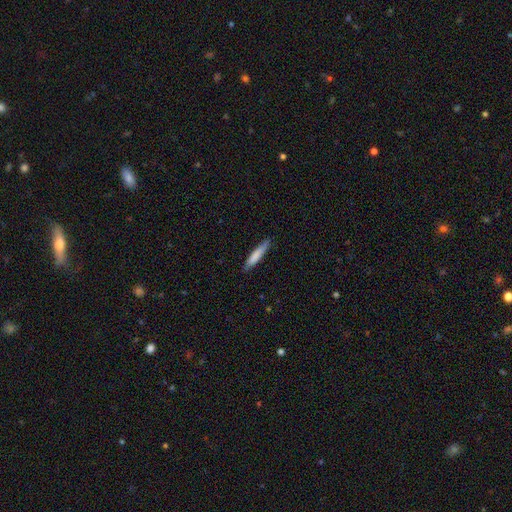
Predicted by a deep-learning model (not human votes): Smooth or featured? Predicted: smooth (p=0.78). How rounded? Predicted: cigar-shaped (p=0.90). Merging? Predicted: none (p=0.85).